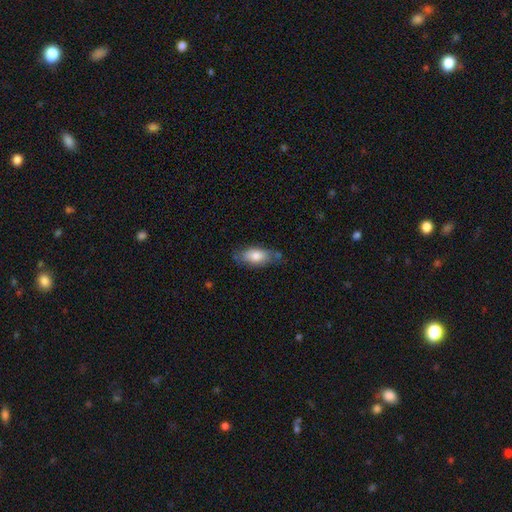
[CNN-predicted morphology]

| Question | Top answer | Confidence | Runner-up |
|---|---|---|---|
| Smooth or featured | smooth | 76% | featured or disk (17%) |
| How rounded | in between | 85% | cigar-shaped (11%) |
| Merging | none | 64% | minor disturbance (26%) |